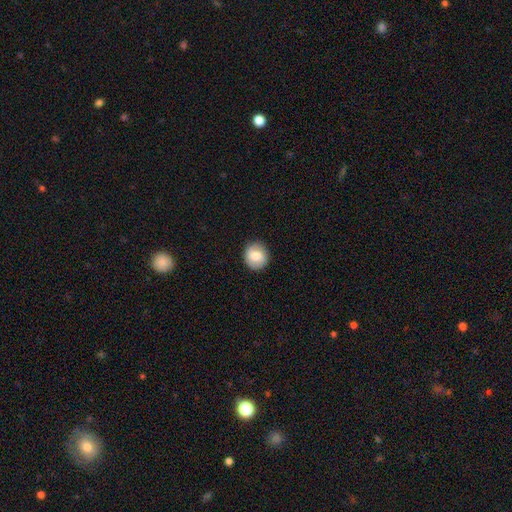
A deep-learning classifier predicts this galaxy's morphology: Q: Smooth or featured?
A: smooth (75%); runner-up: featured or disk (17%)
Q: How rounded?
A: round (86%); runner-up: in between (13%)
Q: Merging?
A: none (88%); runner-up: minor disturbance (9%)